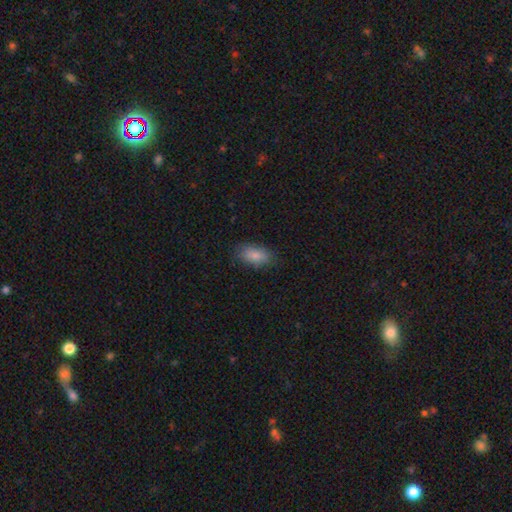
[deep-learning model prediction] Q: Smooth or featured?
A: smooth (85%); runner-up: featured or disk (8%)
Q: How rounded?
A: in between (90%); runner-up: round (5%)
Q: Merging?
A: none (80%); runner-up: minor disturbance (15%)